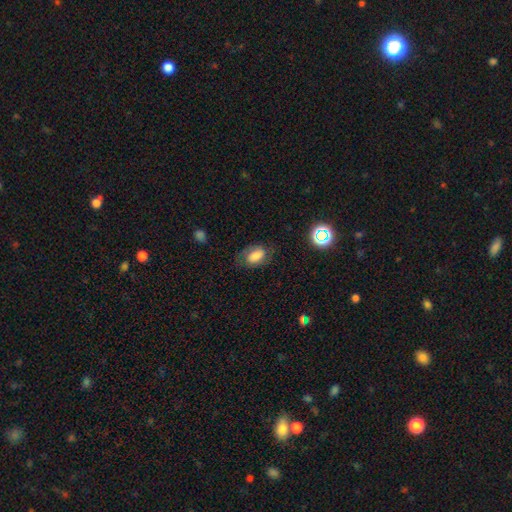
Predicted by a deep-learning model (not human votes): Smooth or featured: smooth — 68% (featured or disk — 21%)
How rounded: in between — 87% (round — 12%)
Merging: none — 63% (minor disturbance — 23%)